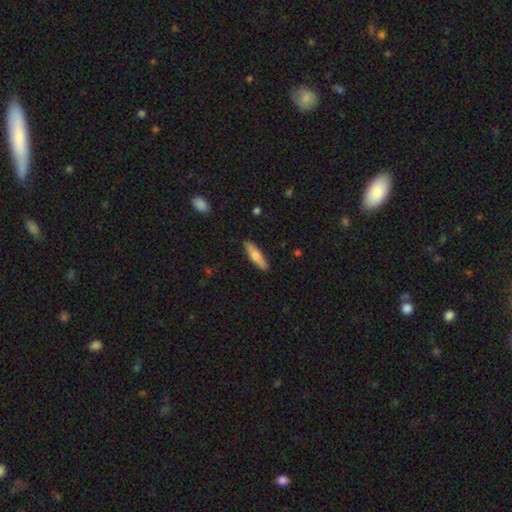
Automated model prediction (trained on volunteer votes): smooth 67%, featured or disk 27%, star or artifact 6%. Down the decision tree: how rounded — cigar-shaped (70%); merging — none (89%).